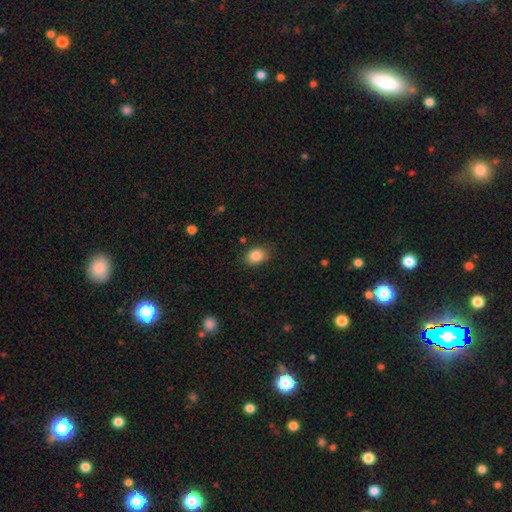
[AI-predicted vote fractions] smooth 86%, star or artifact 9%, featured or disk 6%. Down the decision tree: how rounded — in between (69%); merging — none (83%).